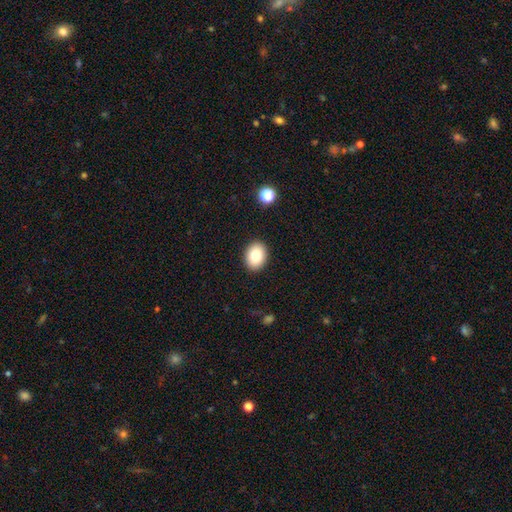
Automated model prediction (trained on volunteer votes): Smooth or featured? Predicted: smooth (p=0.83). How rounded? Predicted: in between (p=0.68). Merging? Predicted: none (p=0.90).